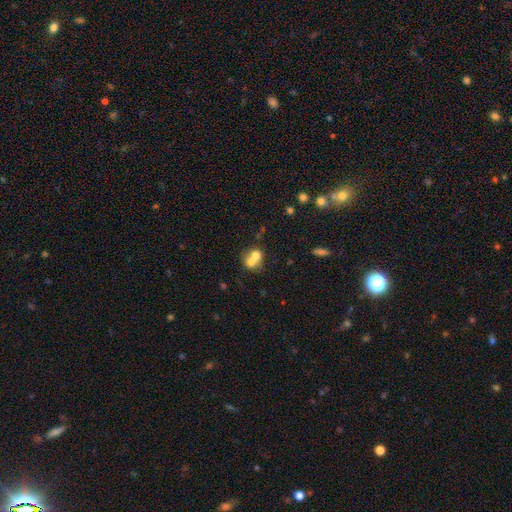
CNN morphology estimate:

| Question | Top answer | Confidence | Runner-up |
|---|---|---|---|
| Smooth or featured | smooth | 66% | featured or disk (24%) |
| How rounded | round | 70% | in between (29%) |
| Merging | merger | 71% | none (21%) |